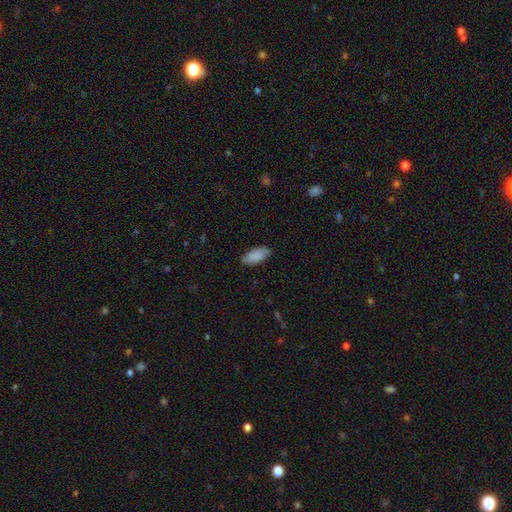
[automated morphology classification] Smooth or featured? Predicted: smooth (p=0.86). How rounded? Predicted: in between (p=0.87). Merging? Predicted: none (p=0.80).